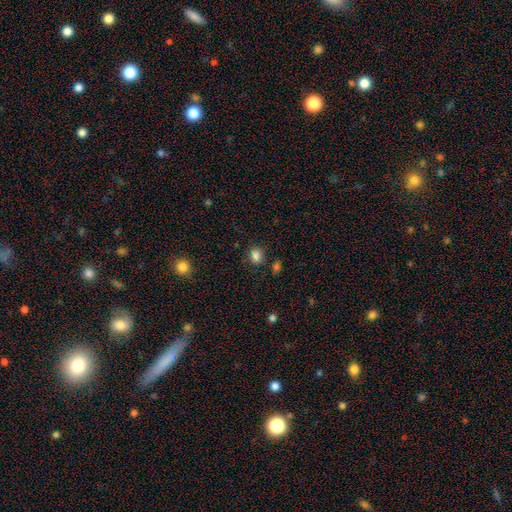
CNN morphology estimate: Smooth or featured? smooth (85%)
How rounded? round (63%)
Merging? none (81%)